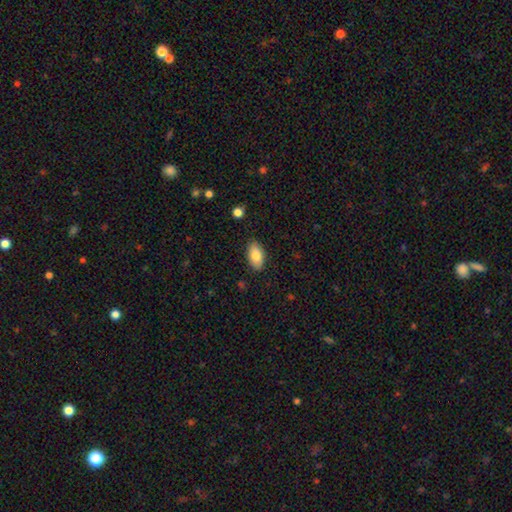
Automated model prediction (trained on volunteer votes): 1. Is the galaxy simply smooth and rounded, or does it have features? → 83% smooth, 10% featured or disk, 7% star or artifact.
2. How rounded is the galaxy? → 93% in between, 4% round, 3% cigar-shaped.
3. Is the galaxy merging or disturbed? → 87% none, 10% minor disturbance, 2% major disturbance, 1% merger.